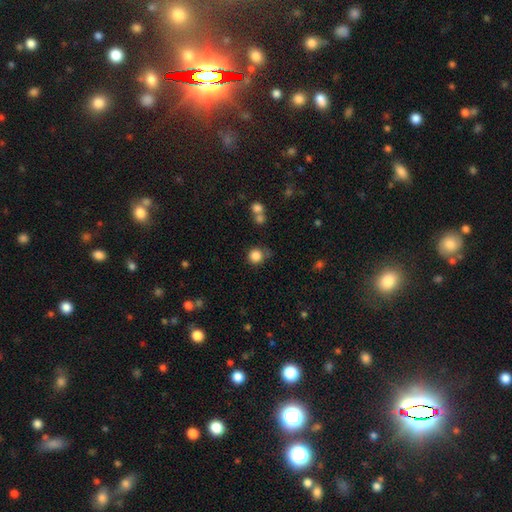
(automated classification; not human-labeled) A smooth galaxy with no disk features (85%) that is round (91%). Merging: none (72%).